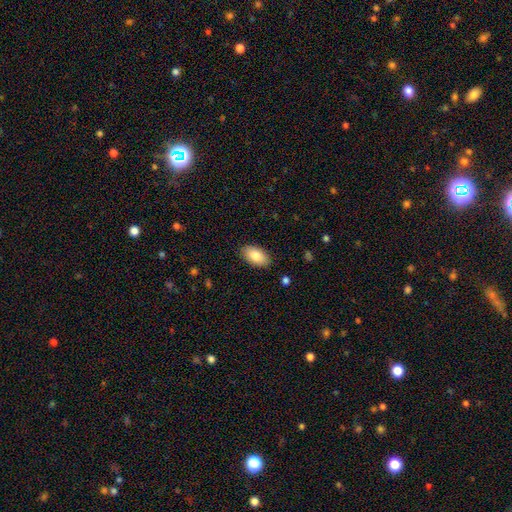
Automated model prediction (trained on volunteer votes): Overall: smooth (84%). How rounded: in between (95%). Merging: none (88%).